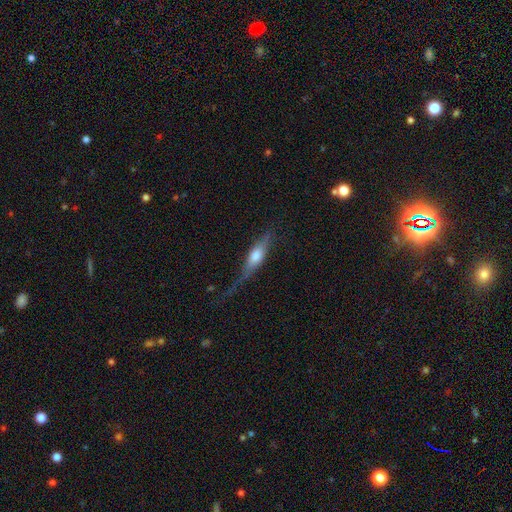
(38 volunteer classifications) A smooth galaxy with no disk features (58%) that is cigar-shaped (59%).

Vote fractions:
- Smooth or featured? smooth: 58% / featured or disk: 39% / star or artifact: 3%
- How rounded? cigar-shaped: 59% / in between: 41% / round: 0%
- Merging? major disturbance: 59% / minor disturbance: 22% / none: 19% / merger: 0%